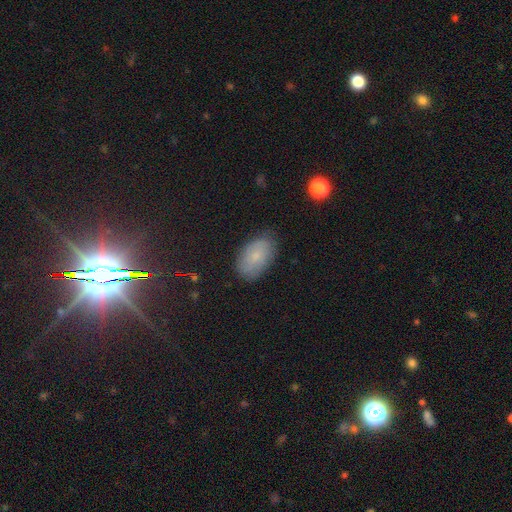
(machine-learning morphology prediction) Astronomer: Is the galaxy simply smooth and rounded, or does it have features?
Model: smooth — 69%.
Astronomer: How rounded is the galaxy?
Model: in between — 93%.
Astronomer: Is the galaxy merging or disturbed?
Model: none — 78%.